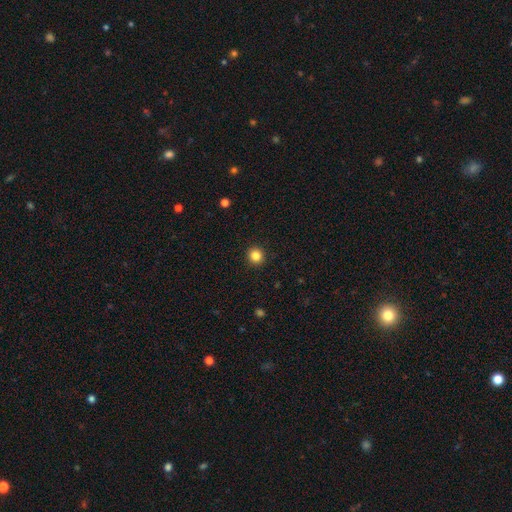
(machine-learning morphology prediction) smooth 85%, star or artifact 11%, featured or disk 4%. Down the decision tree: how rounded — round (94%); merging — none (93%).